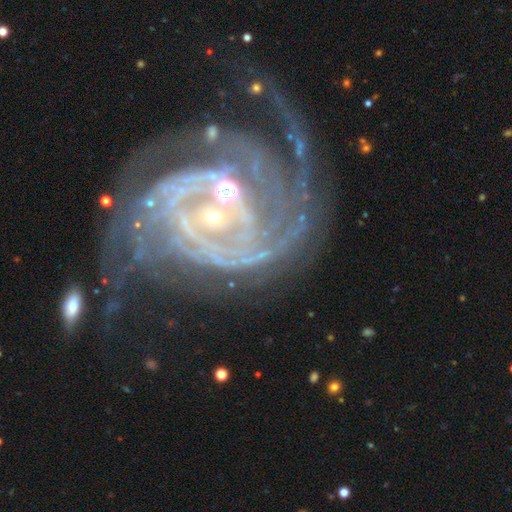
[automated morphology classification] This appears to be a featured or disk galaxy (85%) with no bar (56%), 2 (24%) tight (68%) spiral arms (94%) and a small central bulge (66%). Merging: none (59%).